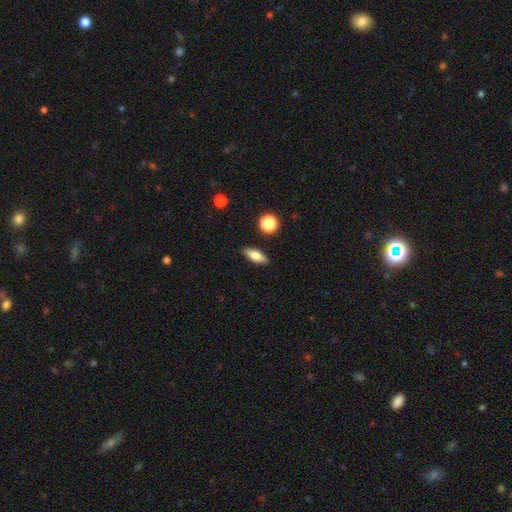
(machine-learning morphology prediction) smooth_or_featured: smooth (p=0.70) [alt: featured or disk p=0.22]
how_rounded: in between (p=0.63) [alt: cigar-shaped p=0.30]
merging: none (p=0.86) [alt: minor disturbance p=0.10]